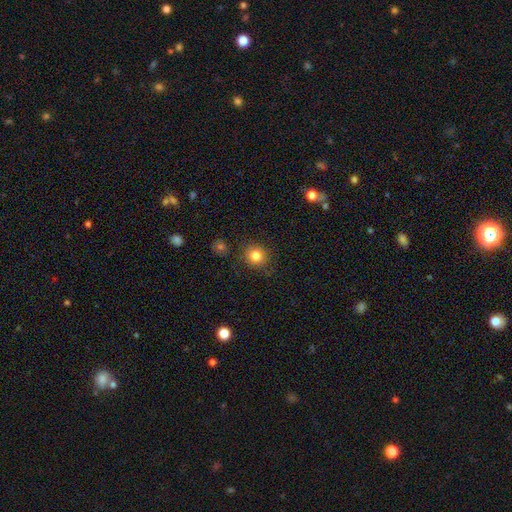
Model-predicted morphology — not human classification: smooth-or-featured: smooth: 83% | star or artifact: 12% | featured or disk: 6%
  how-rounded: round: 90% | in between: 9% | cigar-shaped: 1%
  merging: none: 87% | minor disturbance: 8% | major disturbance: 3% | merger: 2%